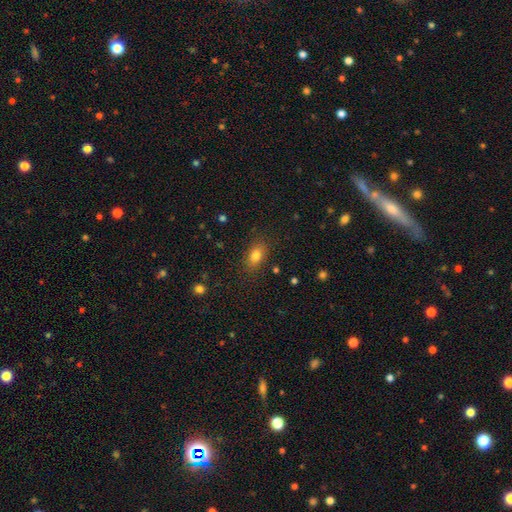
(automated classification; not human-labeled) Smooth or featured?
  - smooth: 81% *
  - star or artifact: 10%
  - featured or disk: 9%
How rounded?
  - in between: 83% *
  - round: 13%
  - cigar-shaped: 4%
Merging?
  - none: 84% *
  - minor disturbance: 11%
  - major disturbance: 4%
  - merger: 1%